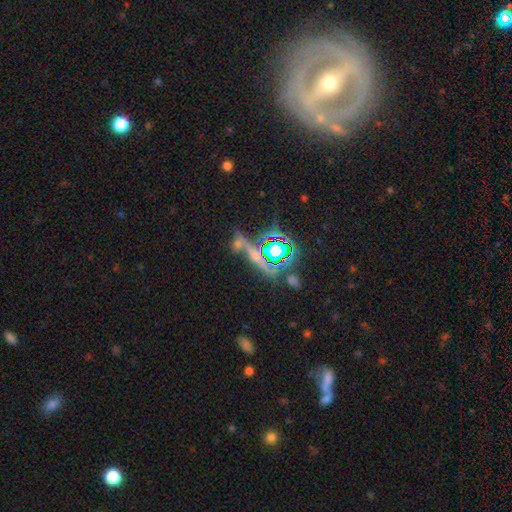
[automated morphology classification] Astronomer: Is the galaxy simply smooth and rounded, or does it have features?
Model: star or artifact — 64%.